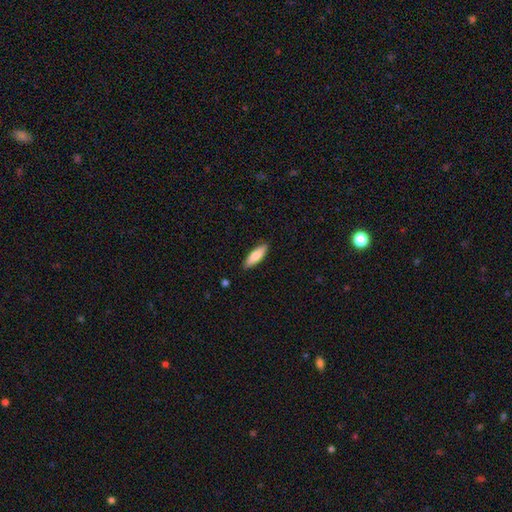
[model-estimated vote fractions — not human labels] smooth 79%, featured or disk 16%, star or artifact 5%. Down the decision tree: how rounded — cigar-shaped (50%); merging — none (88%).